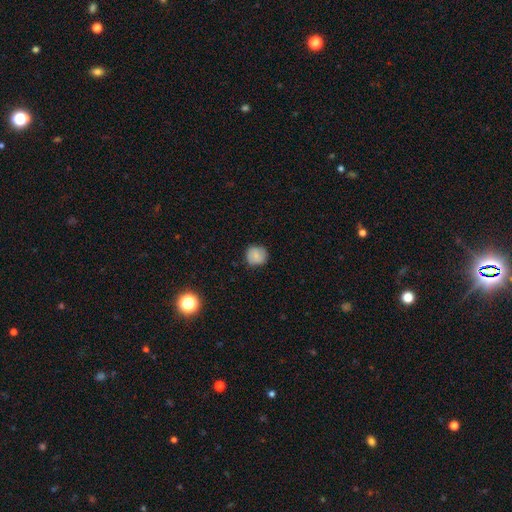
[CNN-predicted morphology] A smooth galaxy with no disk features (78%) that is round (92%). Merging: none (83%).